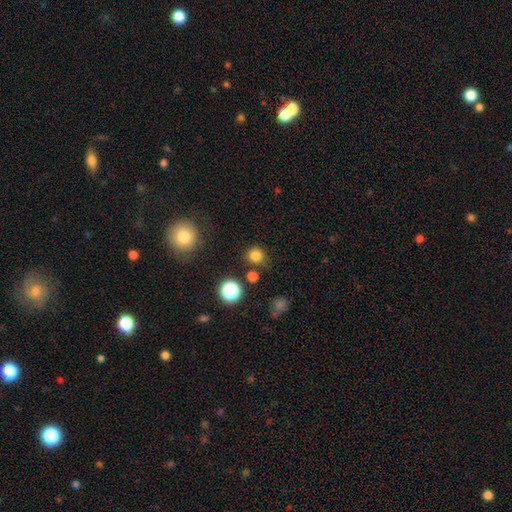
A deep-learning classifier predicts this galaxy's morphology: smooth-or-featured: smooth: 78% | star or artifact: 17% | featured or disk: 5%
  how-rounded: round: 86% | in between: 13% | cigar-shaped: 1%
  merging: none: 79% | minor disturbance: 12% | merger: 5% | major disturbance: 4%